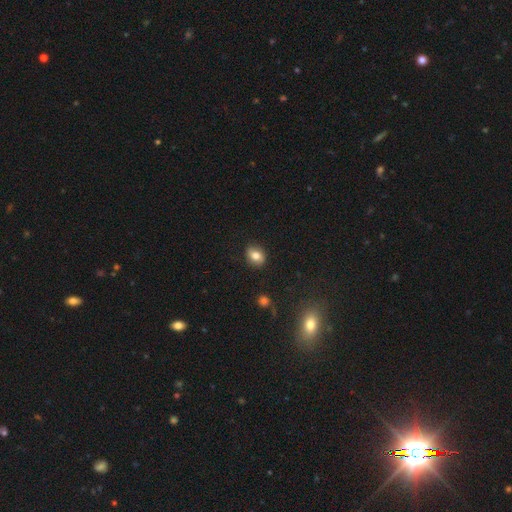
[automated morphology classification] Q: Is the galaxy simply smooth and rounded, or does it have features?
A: smooth — 75%.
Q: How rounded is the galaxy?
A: in between — 55%.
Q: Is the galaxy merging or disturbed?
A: none — 86%.